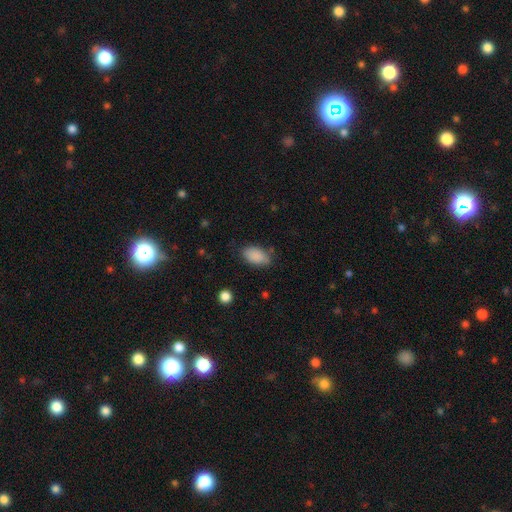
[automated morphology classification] A smooth galaxy with no disk features (88%) that is in between round and cigar-shaped (93%). Merging: none (77%).